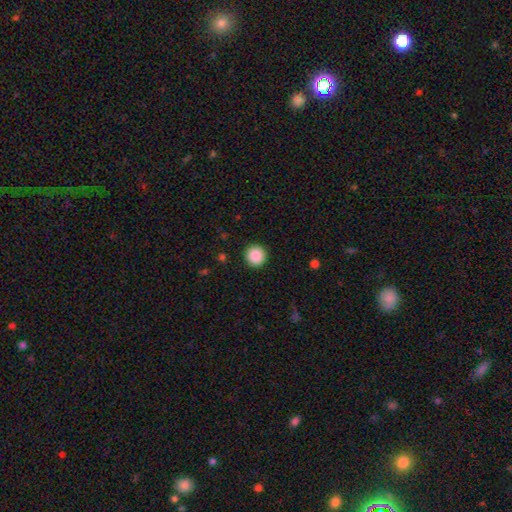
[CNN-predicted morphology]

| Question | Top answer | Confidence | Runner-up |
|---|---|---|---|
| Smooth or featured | smooth | 89% | star or artifact (9%) |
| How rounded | round | 95% | in between (4%) |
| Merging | none | 92% | minor disturbance (5%) |